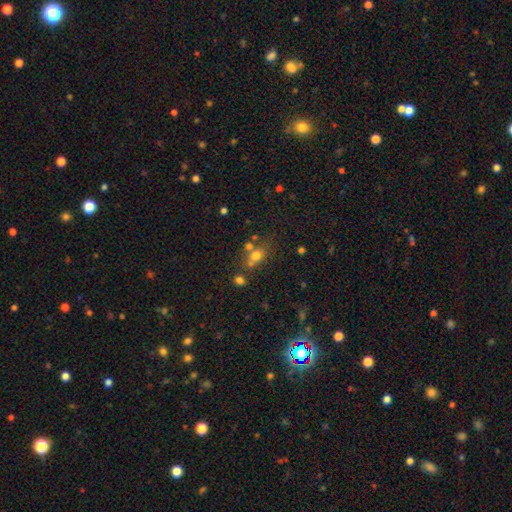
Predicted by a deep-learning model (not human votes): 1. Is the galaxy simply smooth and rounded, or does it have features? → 68% smooth, 17% star or artifact, 15% featured or disk.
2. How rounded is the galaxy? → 50% in between, 47% round, 3% cigar-shaped.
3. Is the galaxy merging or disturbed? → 49% none, 31% merger, 13% minor disturbance, 6% major disturbance.